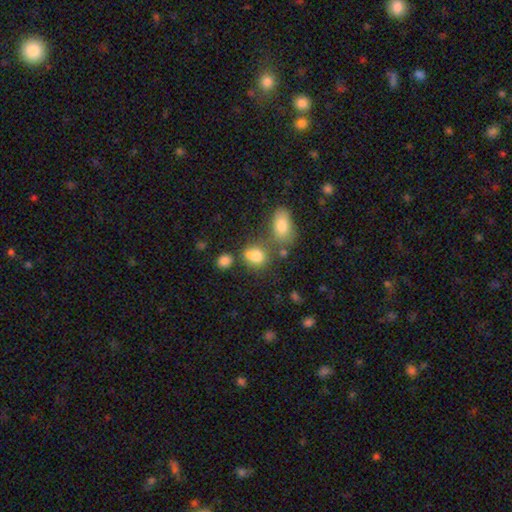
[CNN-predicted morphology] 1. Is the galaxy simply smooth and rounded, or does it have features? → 78% smooth, 12% star or artifact, 10% featured or disk.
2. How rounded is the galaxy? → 53% in between, 46% round, 2% cigar-shaped.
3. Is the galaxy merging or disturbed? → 42% none, 33% merger, 16% minor disturbance, 9% major disturbance.